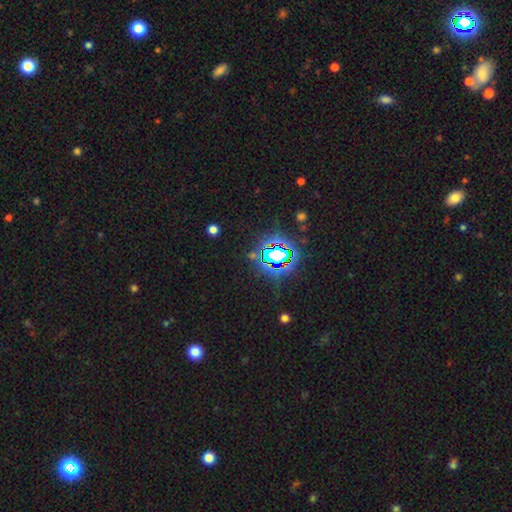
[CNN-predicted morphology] A star or artifact, not a galaxy (78%).